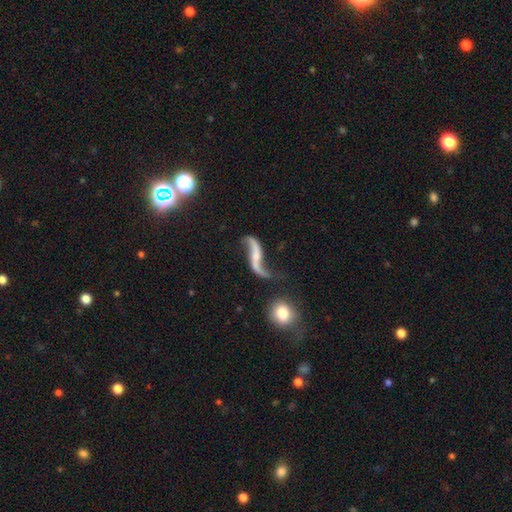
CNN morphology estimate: A featured or disk galaxy (88%) with no bar (47%), 2 (93%) loose (95%) spiral arms (95%) and a small central bulge (45%). Merging: none (59%).